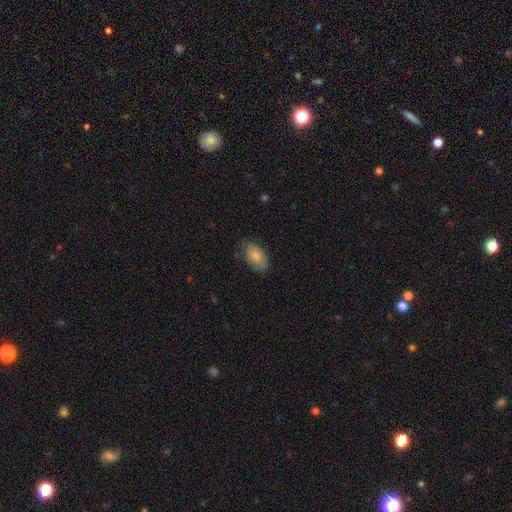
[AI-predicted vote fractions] A smooth galaxy with no disk features (83%) that is in between round and cigar-shaped (93%). Merging: none (76%).